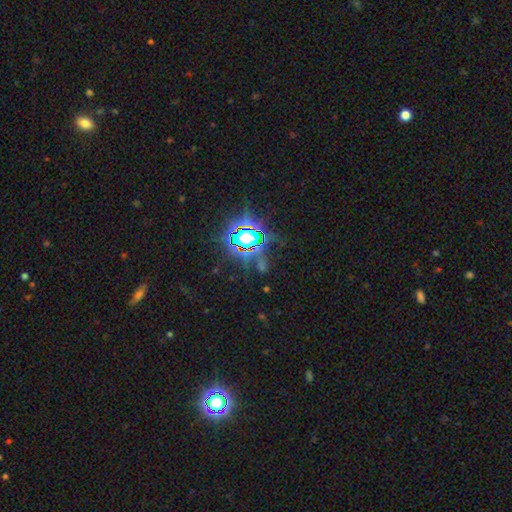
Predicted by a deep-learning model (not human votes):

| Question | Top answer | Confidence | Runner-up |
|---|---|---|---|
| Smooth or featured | star or artifact | 82% | smooth (10%) |